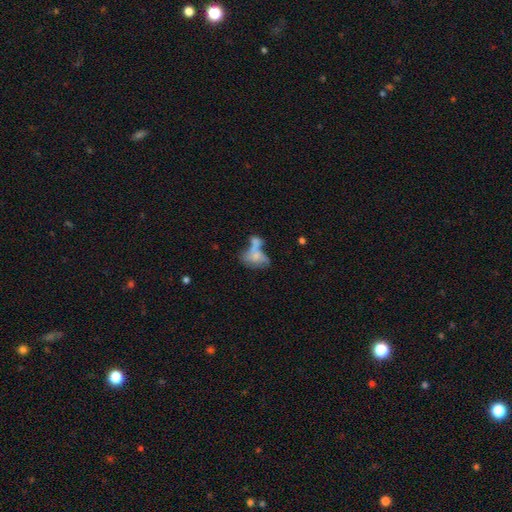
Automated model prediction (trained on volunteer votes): Smooth or featured? Predicted: smooth (p=0.44). Merging? Predicted: merger (p=0.52).